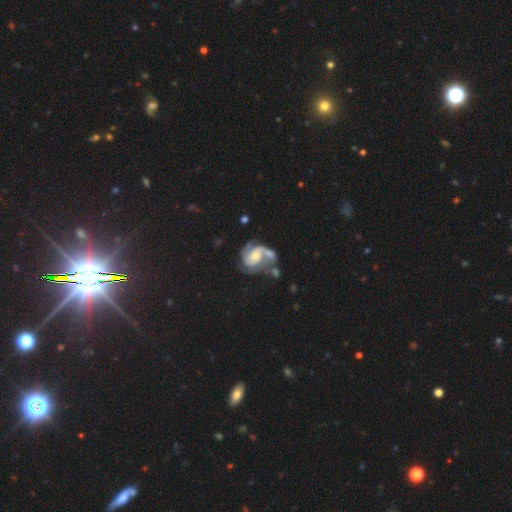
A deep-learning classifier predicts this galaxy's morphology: featured or disk 84%, smooth 10%, star or artifact 6%. Down the decision tree: edge-on disk — no (98%); bar — no (64%); spiral arms — yes (95%); spiral arm count — 2 (69%); spiral winding — medium (47%); bulge size — small (49%); merging — none (34%).